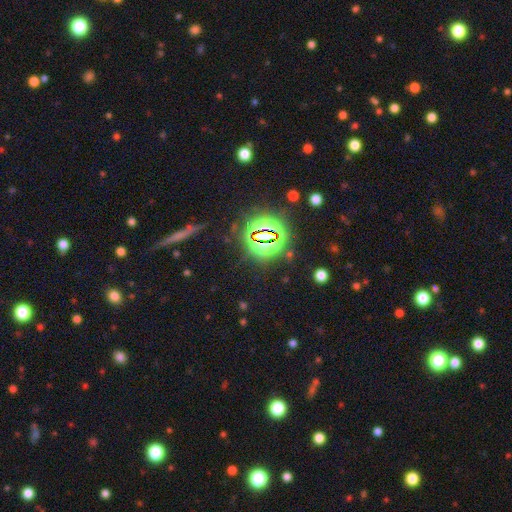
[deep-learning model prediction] This is likely a star or artifact rather than a galaxy (79%).